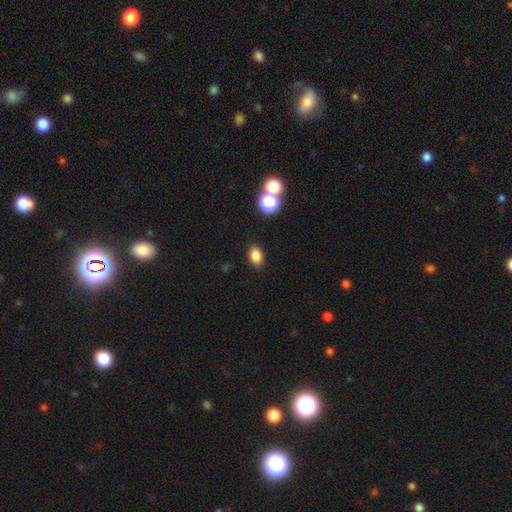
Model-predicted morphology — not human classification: Smooth or featured? Predicted: smooth (p=0.83). How rounded? Predicted: in between (p=0.82). Merging? Predicted: none (p=0.86).